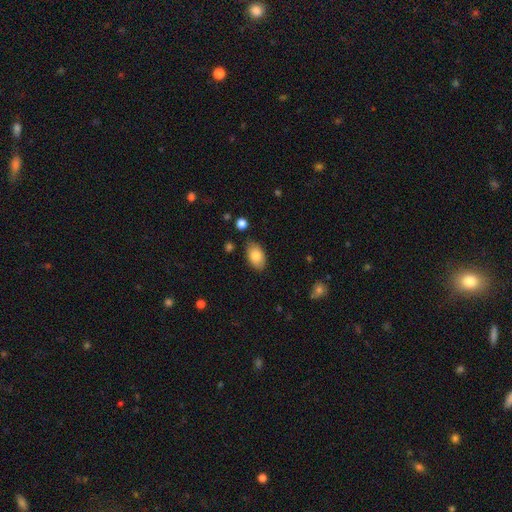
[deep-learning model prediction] smooth-or-featured: smooth: 82% | featured or disk: 11% | star or artifact: 7%
  how-rounded: in between: 91% | round: 8% | cigar-shaped: 1%
  merging: none: 82% | minor disturbance: 14% | major disturbance: 3% | merger: 2%